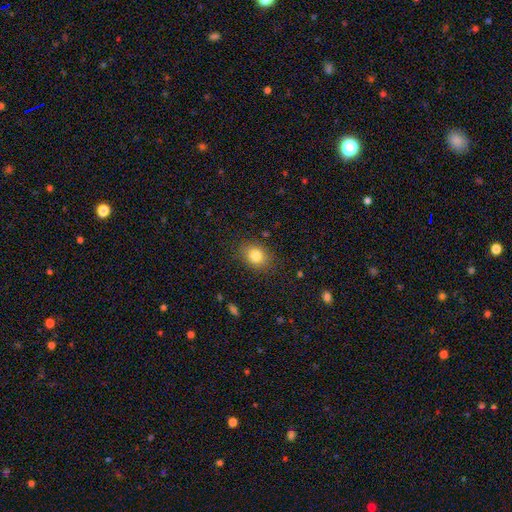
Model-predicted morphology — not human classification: A smooth galaxy with no disk features (82%) that is in between round and cigar-shaped (57%).

Vote fractions:
- Smooth or featured? smooth: 82% / star or artifact: 10% / featured or disk: 8%
- How rounded? in between: 57% / round: 42% / cigar-shaped: 1%
- Merging? none: 84% / minor disturbance: 12% / major disturbance: 3% / merger: 1%